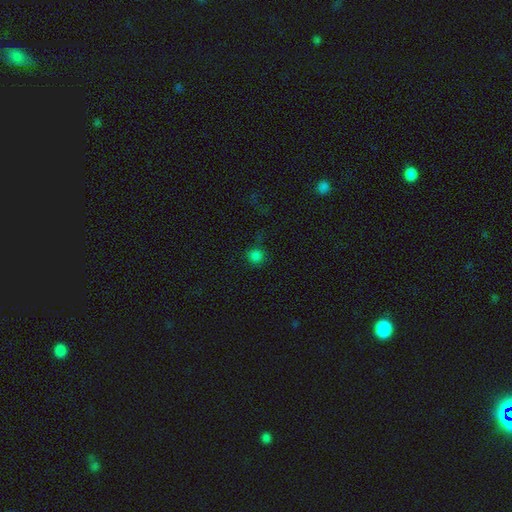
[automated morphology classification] A smooth galaxy with no disk features (78%) that is round (93%).

Vote fractions:
- Smooth or featured? smooth: 78% / star or artifact: 18% / featured or disk: 4%
- How rounded? round: 93% / in between: 6% / cigar-shaped: 1%
- Merging? none: 81% / minor disturbance: 11% / major disturbance: 5% / merger: 4%